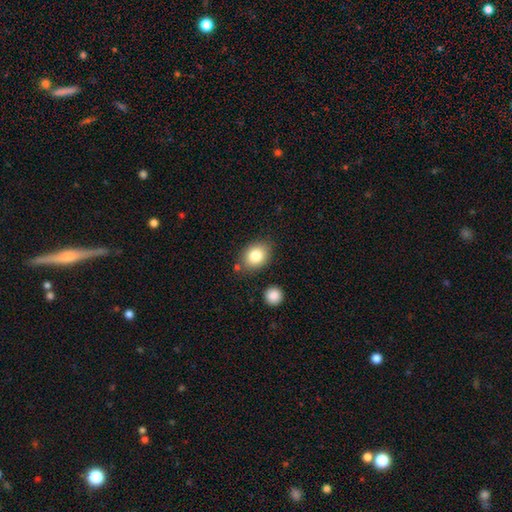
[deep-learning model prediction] smooth_or_featured: smooth (p=0.83) [alt: featured or disk p=0.09]
how_rounded: in between (p=0.61) [alt: round p=0.38]
merging: none (p=0.77) [alt: minor disturbance p=0.13]